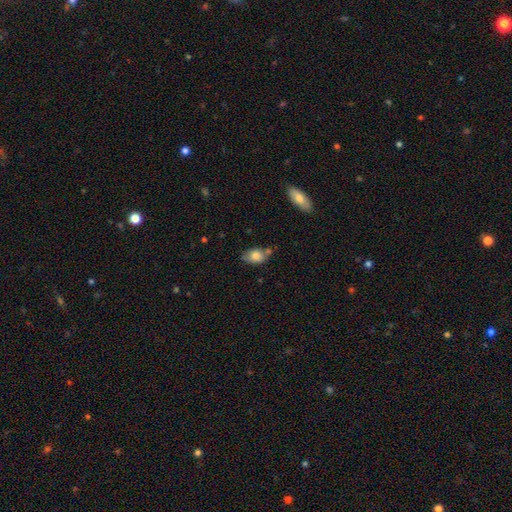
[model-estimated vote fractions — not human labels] smooth_or_featured: smooth (p=0.77) [alt: featured or disk p=0.15]
how_rounded: in between (p=0.86) [alt: round p=0.12]
merging: none (p=0.57) [alt: minor disturbance p=0.24]